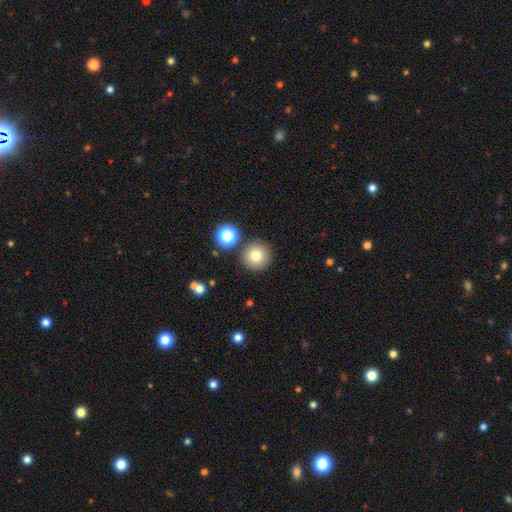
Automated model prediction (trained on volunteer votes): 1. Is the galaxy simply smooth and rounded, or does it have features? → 78% smooth, 12% star or artifact, 10% featured or disk.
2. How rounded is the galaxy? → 95% round, 4% in between, 1% cigar-shaped.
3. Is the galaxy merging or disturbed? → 85% none, 7% minor disturbance, 6% merger, 2% major disturbance.